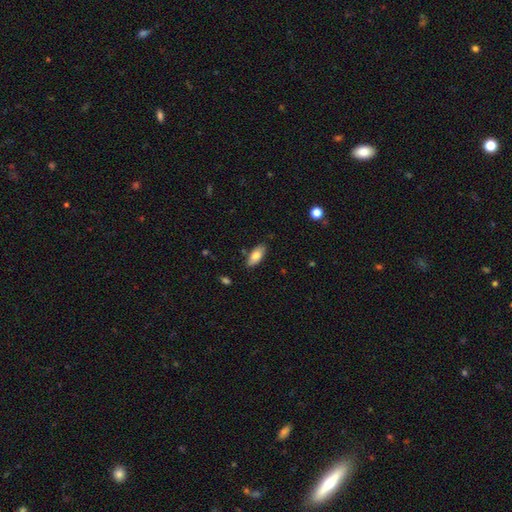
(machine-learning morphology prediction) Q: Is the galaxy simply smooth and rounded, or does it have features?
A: smooth — 78%.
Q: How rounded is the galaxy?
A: in between — 88%.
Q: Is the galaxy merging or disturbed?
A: none — 84%.